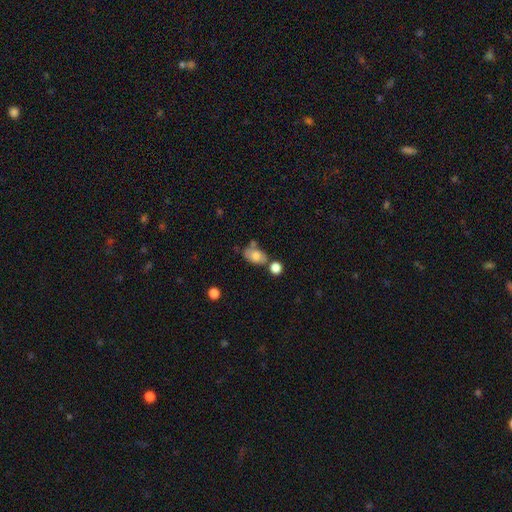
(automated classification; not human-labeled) The model was most divided on "merging": none: 47%, merger: 25%, minor disturbance: 20%, major disturbance: 7%. More confident: how rounded — in between (81%); smooth or featured — smooth (71%).